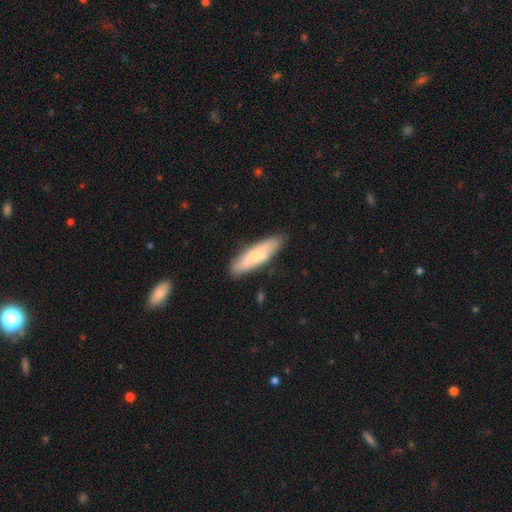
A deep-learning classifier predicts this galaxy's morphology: smooth-or-featured: smooth: 62% | featured or disk: 33% | star or artifact: 6%
  how-rounded: cigar-shaped: 61% | in between: 37% | round: 2%
  merging: none: 80% | minor disturbance: 15% | major disturbance: 3% | merger: 2%